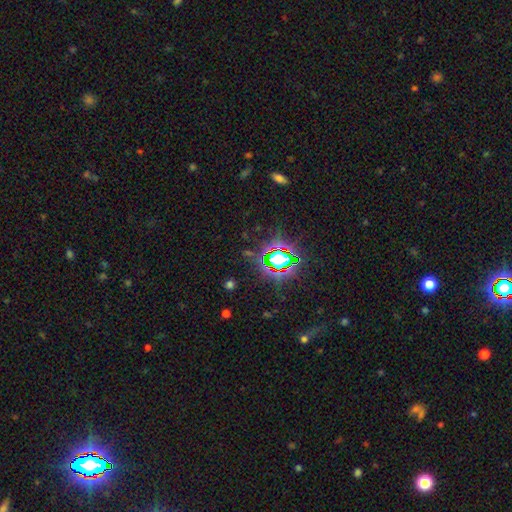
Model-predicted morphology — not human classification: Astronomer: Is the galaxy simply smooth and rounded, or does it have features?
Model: star or artifact — 78%.